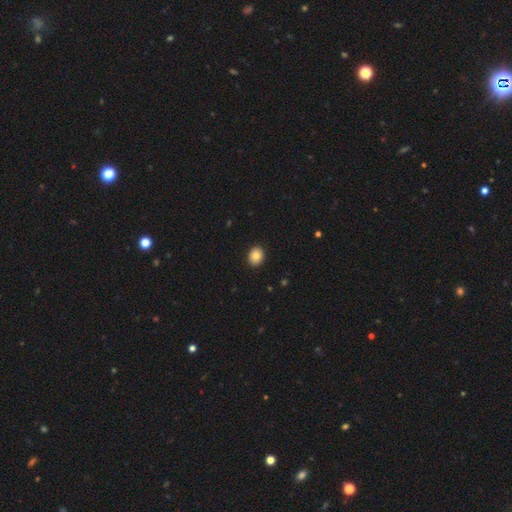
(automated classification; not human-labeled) A smooth galaxy with no disk features (85%) that is round (55%).

Vote fractions:
- Smooth or featured? smooth: 85% / star or artifact: 9% / featured or disk: 7%
- How rounded? round: 55% / in between: 44% / cigar-shaped: 1%
- Merging? none: 92% / minor disturbance: 6% / major disturbance: 2% / merger: 1%